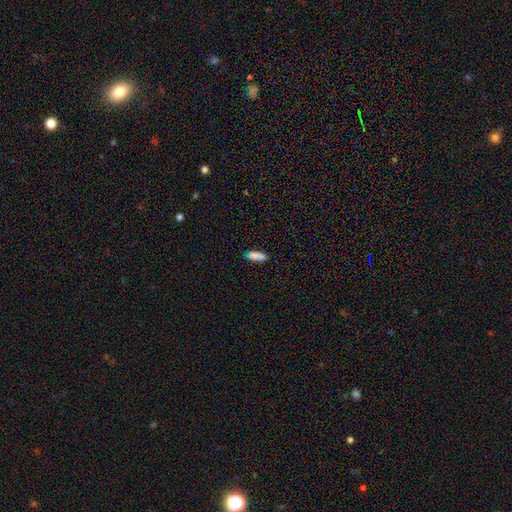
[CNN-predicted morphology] Smooth or featured? Predicted: smooth (p=0.83). How rounded? Predicted: in between (p=0.59). Merging? Predicted: none (p=0.71).